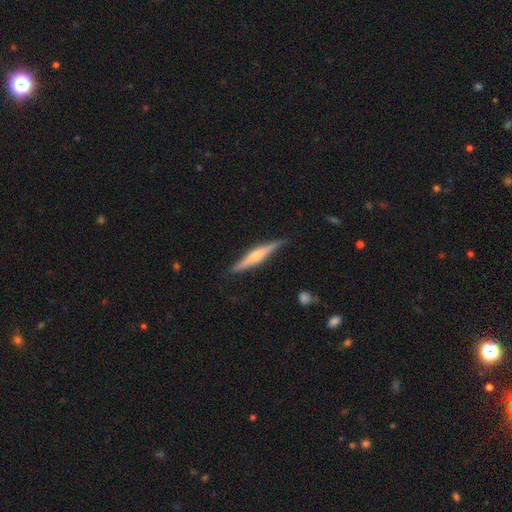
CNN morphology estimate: Smooth or featured? featured or disk (69%)
Edge-on disk? yes (97%)
Edge-on bulge? rounded (88%)
Merging? none (87%)